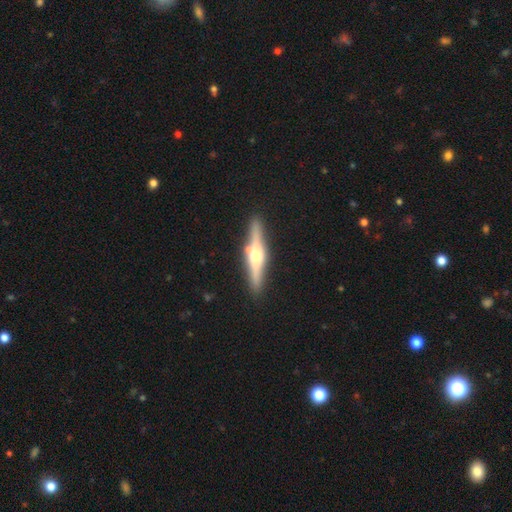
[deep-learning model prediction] Smooth or featured?
  - featured or disk: 70% *
  - smooth: 24%
  - star or artifact: 6%
Edge-on disk?
  - yes: 97% *
  - no: 3%
Edge-on bulge?
  - rounded: 89% *
  - boxy: 8%
  - none: 3%
Merging?
  - none: 85% *
  - minor disturbance: 9%
  - merger: 4%
  - major disturbance: 2%